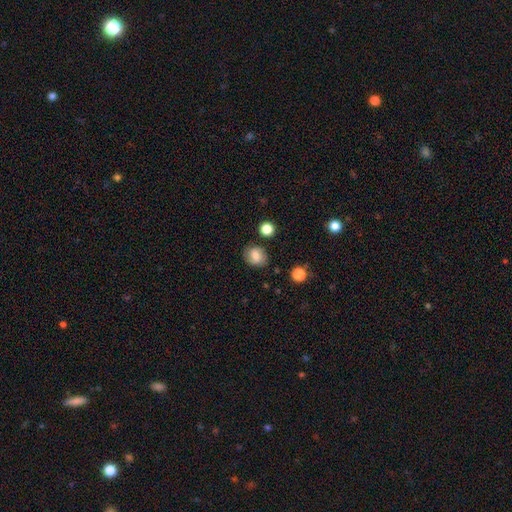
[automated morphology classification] Q: Smooth or featured?
A: smooth (74%); runner-up: featured or disk (16%)
Q: How rounded?
A: round (57%); runner-up: in between (42%)
Q: Merging?
A: none (80%); runner-up: minor disturbance (14%)